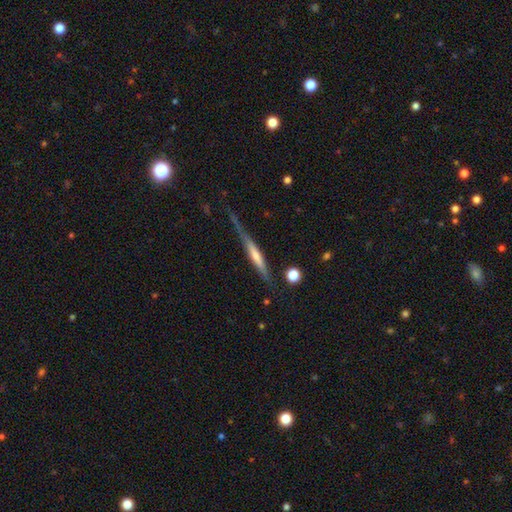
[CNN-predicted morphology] type=featured or disk (65%); edge-on=yes (95%); edge-on bulge=rounded (44%); merging=none (63%).